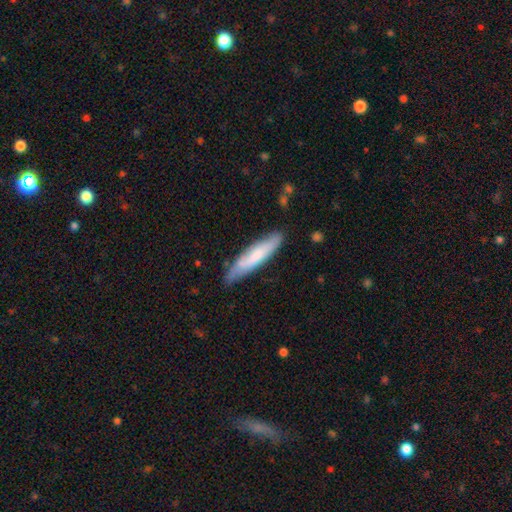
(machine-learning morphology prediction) Smooth or featured: smooth — 64% (featured or disk — 30%)
How rounded: cigar-shaped — 82% (in between — 17%)
Merging: none — 76% (minor disturbance — 19%)